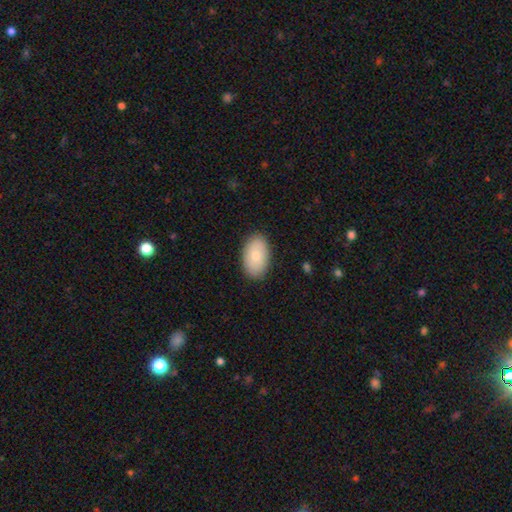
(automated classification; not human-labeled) smooth-or-featured: smooth: 80% | featured or disk: 14% | star or artifact: 6%
  how-rounded: in between: 93% | round: 6% | cigar-shaped: 1%
  merging: none: 87% | minor disturbance: 10% | major disturbance: 2% | merger: 1%